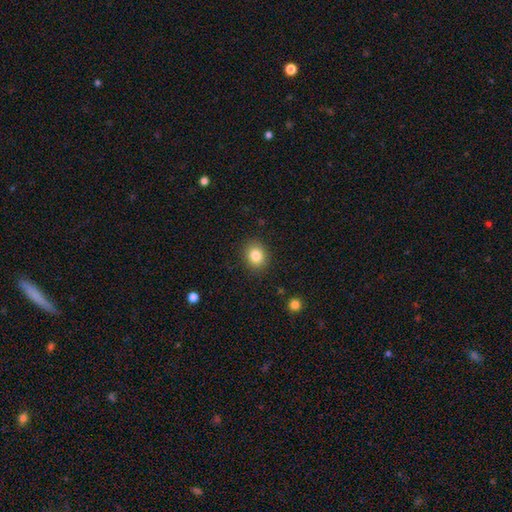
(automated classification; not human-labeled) Smooth or featured? Predicted: smooth (p=0.83). How rounded? Predicted: round (p=0.62). Merging? Predicted: none (p=0.88).